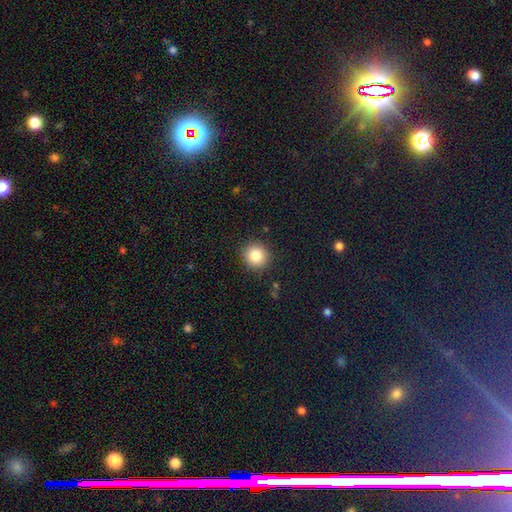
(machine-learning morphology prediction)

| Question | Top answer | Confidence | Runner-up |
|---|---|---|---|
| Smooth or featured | smooth | 83% | star or artifact (11%) |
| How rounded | round | 93% | in between (6%) |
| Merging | none | 90% | minor disturbance (6%) |